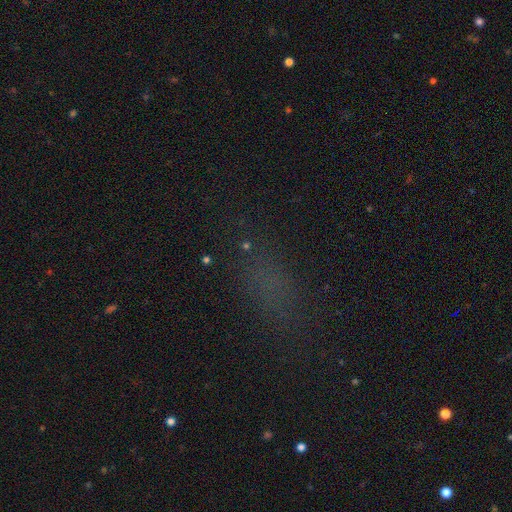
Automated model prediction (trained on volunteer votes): smooth_or_featured: smooth (p=0.51) [alt: star or artifact p=0.37]
how_rounded: in between (p=0.67) [alt: cigar-shaped p=0.19]
merging: none (p=0.72) [alt: minor disturbance p=0.15]